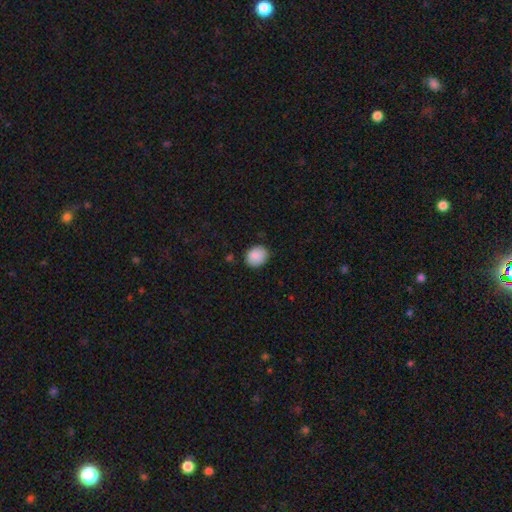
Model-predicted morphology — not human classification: Smooth or featured?
  - smooth: 88% *
  - star or artifact: 7%
  - featured or disk: 4%
How rounded?
  - round: 59% *
  - in between: 40%
  - cigar-shaped: 1%
Merging?
  - none: 82% *
  - minor disturbance: 14%
  - major disturbance: 3%
  - merger: 1%